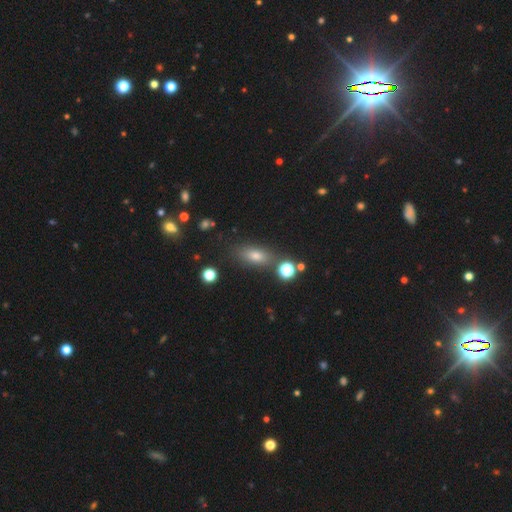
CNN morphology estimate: Smooth or featured: smooth — 70% (star or artifact — 16%)
How rounded: in between — 72% (cigar-shaped — 17%)
Merging: none — 77% (minor disturbance — 12%)